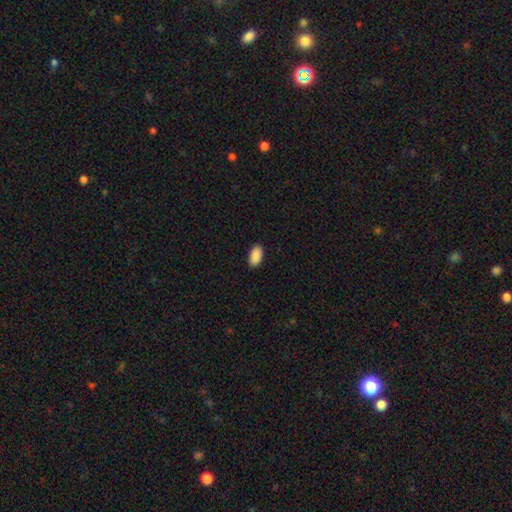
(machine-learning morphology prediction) Smooth or featured?
  - smooth: 91% *
  - star or artifact: 6%
  - featured or disk: 2%
How rounded?
  - in between: 95% *
  - round: 3%
  - cigar-shaped: 2%
Merging?
  - none: 90% *
  - minor disturbance: 7%
  - major disturbance: 2%
  - merger: 1%